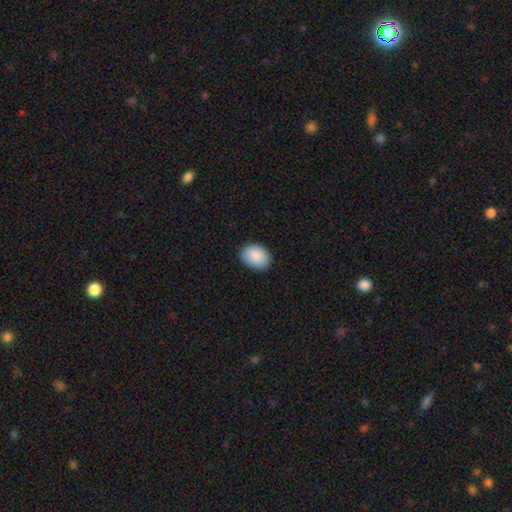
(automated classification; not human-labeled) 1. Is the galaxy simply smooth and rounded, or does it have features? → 90% smooth, 6% star or artifact, 4% featured or disk.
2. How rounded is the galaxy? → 76% in between, 23% round, 1% cigar-shaped.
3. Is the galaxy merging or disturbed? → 84% none, 13% minor disturbance, 2% major disturbance, 1% merger.